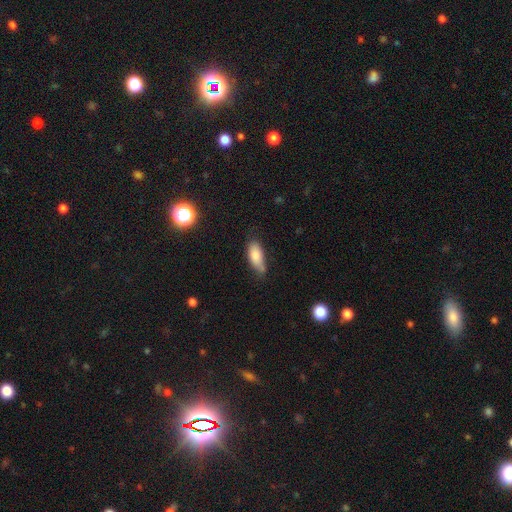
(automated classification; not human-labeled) A smooth galaxy with no disk features (82%) that is in between round and cigar-shaped (79%). Merging: none (55%).